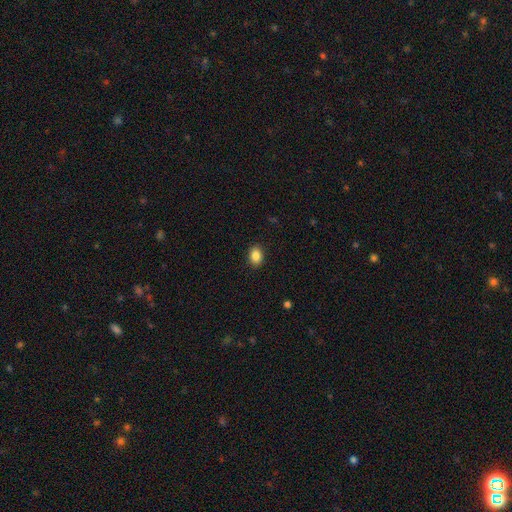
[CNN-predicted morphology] Overall: smooth (87%). How rounded: in between (71%). Merging: none (90%).